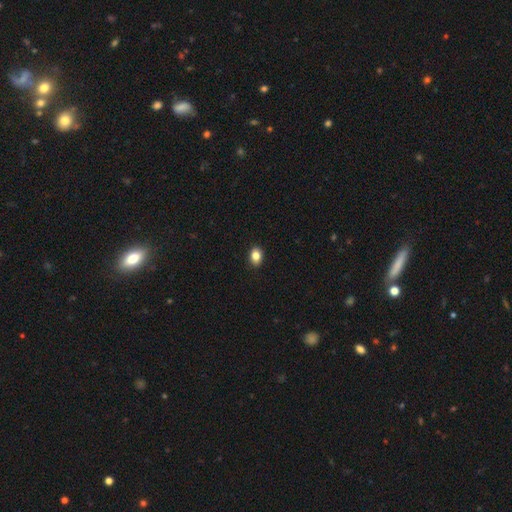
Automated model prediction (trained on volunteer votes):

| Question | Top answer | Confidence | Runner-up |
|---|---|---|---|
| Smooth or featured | smooth | 84% | star or artifact (9%) |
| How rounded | in between | 72% | round (27%) |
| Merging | none | 91% | minor disturbance (7%) |